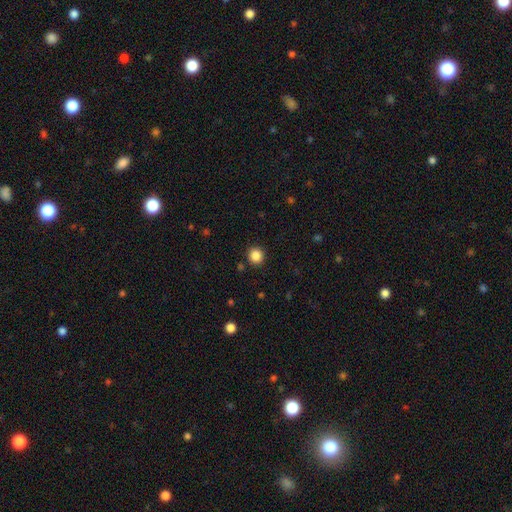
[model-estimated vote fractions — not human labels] Overall: smooth (86%). How rounded: round (92%). Merging: none (91%).